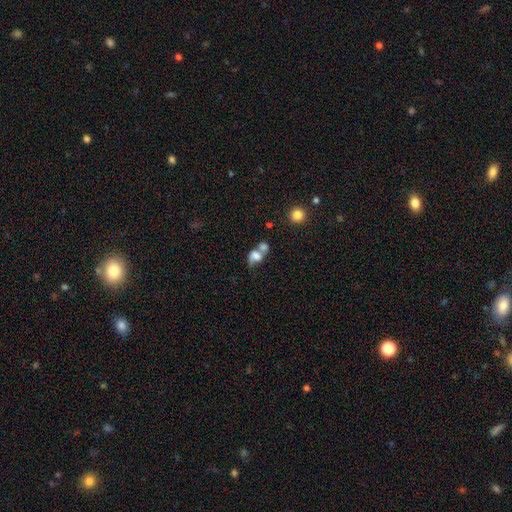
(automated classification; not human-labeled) smooth 67%, featured or disk 22%, star or artifact 11%. Down the decision tree: how rounded — in between (57%); merging — merger (64%).